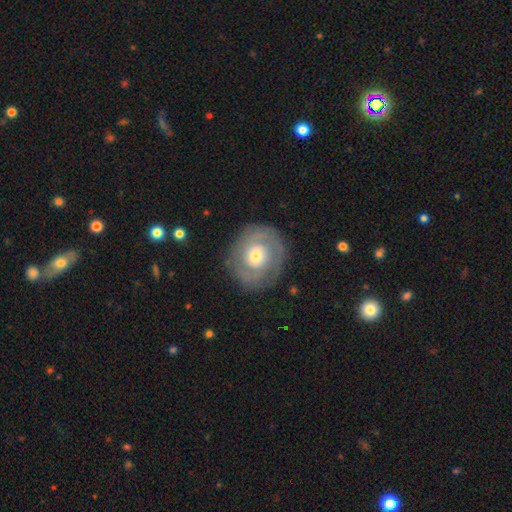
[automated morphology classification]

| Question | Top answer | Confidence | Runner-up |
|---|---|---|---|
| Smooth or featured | featured or disk | 62% | smooth (31%) |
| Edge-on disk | no | 97% | yes (3%) |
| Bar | no | 81% | weak (15%) |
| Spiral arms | yes | 64% | no (36%) |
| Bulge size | moderate | 58% | small (30%) |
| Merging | none | 81% | minor disturbance (12%) |